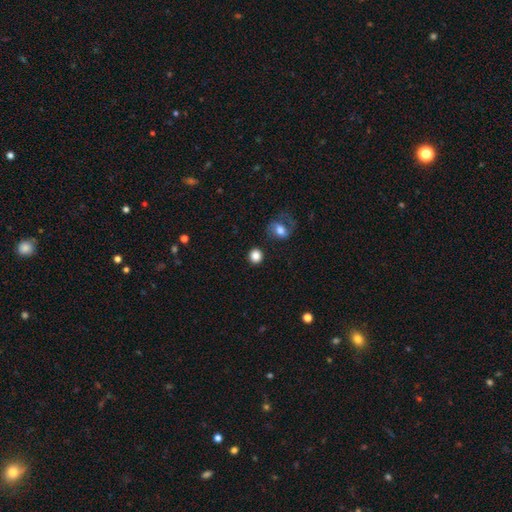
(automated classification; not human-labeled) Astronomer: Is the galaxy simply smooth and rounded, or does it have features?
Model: smooth — 85%.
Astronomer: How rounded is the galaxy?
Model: round — 89%.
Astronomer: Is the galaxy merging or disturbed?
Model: none — 86%.